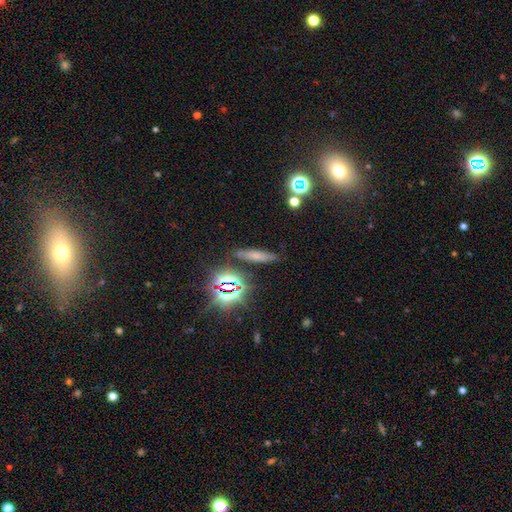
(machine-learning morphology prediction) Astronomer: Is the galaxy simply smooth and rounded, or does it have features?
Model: smooth — 57%.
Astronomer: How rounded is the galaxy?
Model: cigar-shaped — 74%.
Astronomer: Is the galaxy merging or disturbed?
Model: none — 79%.